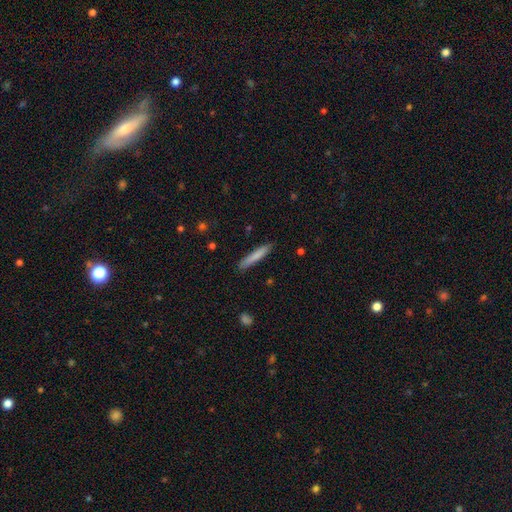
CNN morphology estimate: Smooth or featured: smooth — 77% (featured or disk — 17%)
How rounded: cigar-shaped — 94% (in between — 5%)
Merging: none — 88% (minor disturbance — 9%)